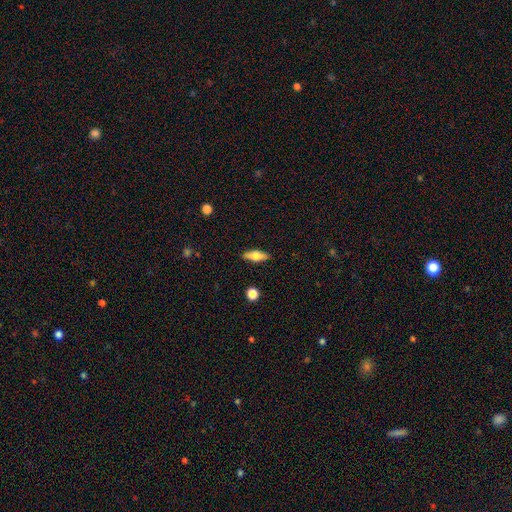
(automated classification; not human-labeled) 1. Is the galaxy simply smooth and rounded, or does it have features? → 62% smooth, 31% featured or disk, 7% star or artifact.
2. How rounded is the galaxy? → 61% in between, 36% cigar-shaped, 3% round.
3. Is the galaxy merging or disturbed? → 88% none, 9% minor disturbance, 2% major disturbance, 1% merger.